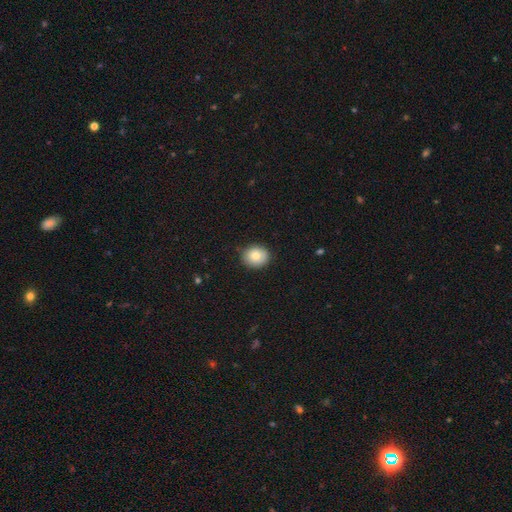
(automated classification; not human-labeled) Smooth or featured? smooth (81%)
How rounded? round (72%)
Merging? none (87%)